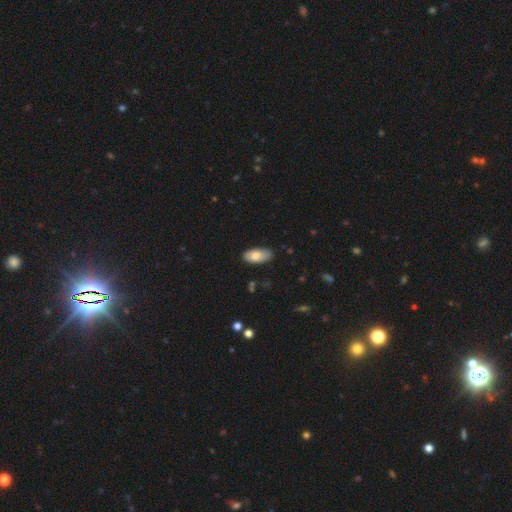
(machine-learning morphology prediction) Smooth or featured?
  - smooth: 76% *
  - featured or disk: 18%
  - star or artifact: 6%
How rounded?
  - in between: 93% *
  - cigar-shaped: 5%
  - round: 2%
Merging?
  - none: 81% *
  - minor disturbance: 15%
  - major disturbance: 2%
  - merger: 1%